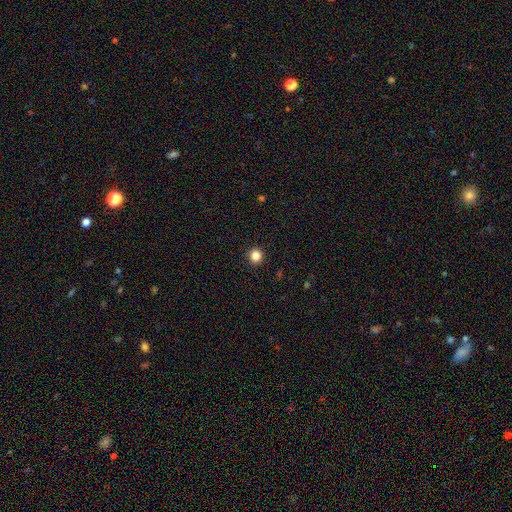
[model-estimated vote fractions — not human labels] Overall: smooth (84%). How rounded: round (94%). Merging: none (94%).